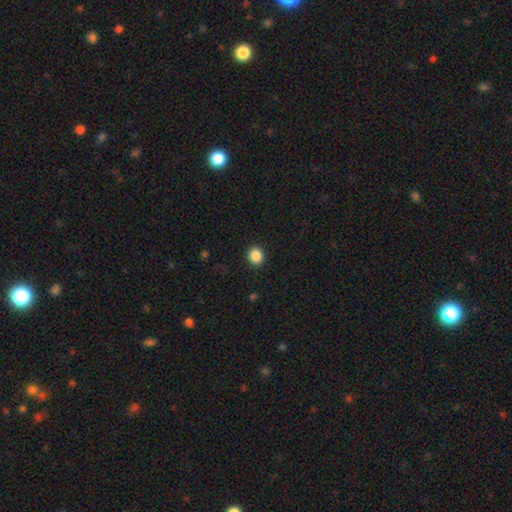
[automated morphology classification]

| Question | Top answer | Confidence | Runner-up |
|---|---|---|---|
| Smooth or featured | smooth | 87% | star or artifact (9%) |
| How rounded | round | 73% | in between (26%) |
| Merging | none | 91% | minor disturbance (6%) |